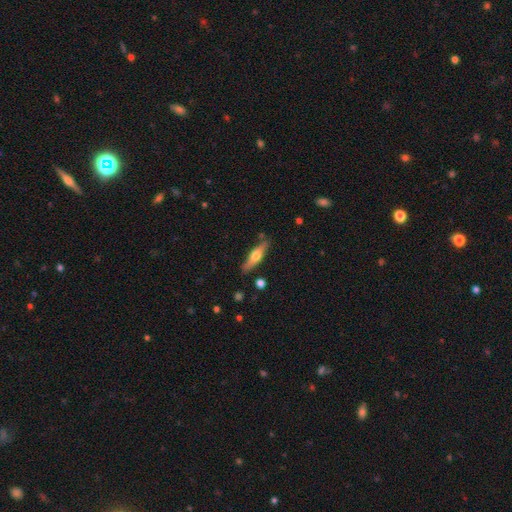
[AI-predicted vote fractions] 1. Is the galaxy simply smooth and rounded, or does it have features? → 52% smooth, 43% featured or disk, 6% star or artifact.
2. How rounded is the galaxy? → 70% cigar-shaped, 28% in between, 2% round.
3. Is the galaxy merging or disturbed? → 83% none, 12% minor disturbance, 3% merger, 2% major disturbance.